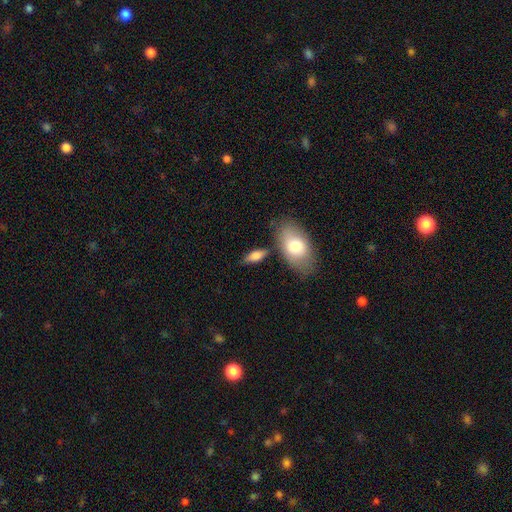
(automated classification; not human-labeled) This is likely a smooth galaxy (72%). How rounded: likely in between (71%). Merging: likely none (71%).